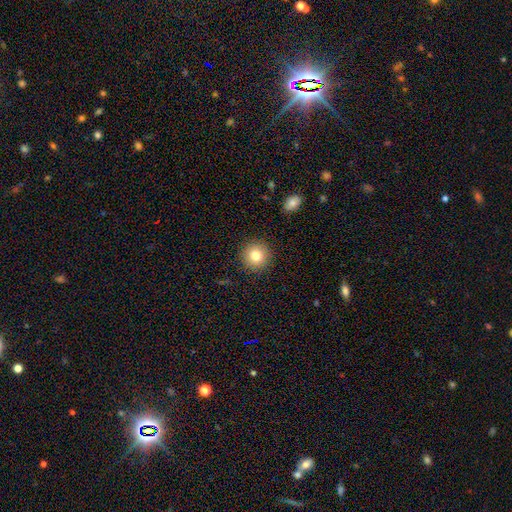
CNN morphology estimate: A smooth galaxy with no disk features (81%) that is round (94%).

Vote fractions:
- Smooth or featured? smooth: 81% / star or artifact: 10% / featured or disk: 9%
- How rounded? round: 94% / in between: 5% / cigar-shaped: 1%
- Merging? none: 91% / minor disturbance: 6% / major disturbance: 2% / merger: 1%